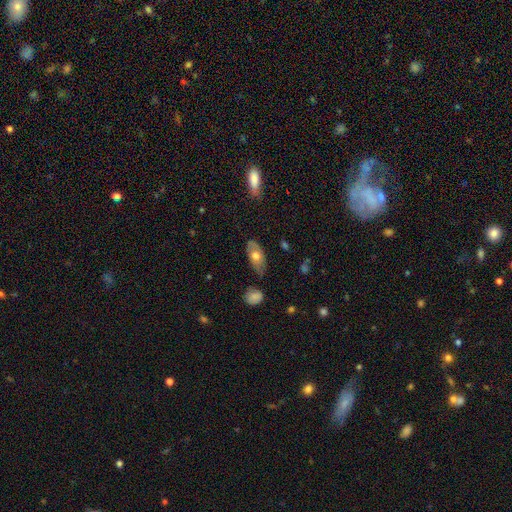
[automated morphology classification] smooth_or_featured: smooth (p=0.58) [alt: featured or disk p=0.36]
how_rounded: in between (p=0.88) [alt: cigar-shaped p=0.07]
merging: none (p=0.70) [alt: minor disturbance p=0.22]